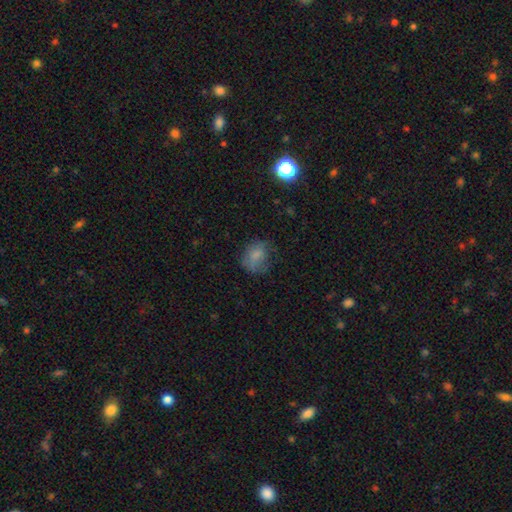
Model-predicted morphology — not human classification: smooth 69%, featured or disk 19%, star or artifact 12%. Down the decision tree: how rounded — round (51%); merging — none (50%).